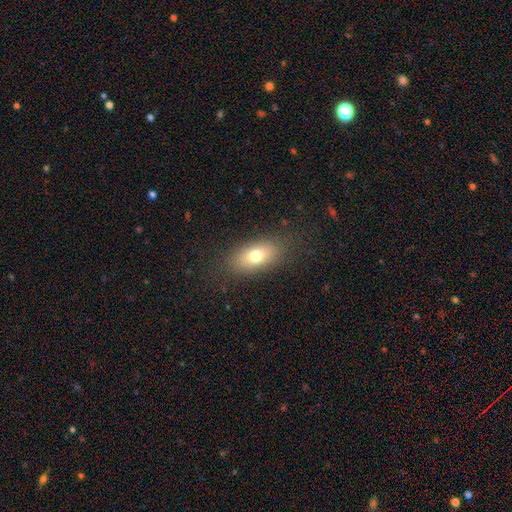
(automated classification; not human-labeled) smooth_or_featured: smooth (p=0.74) [alt: featured or disk p=0.17]
how_rounded: in between (p=0.86) [alt: round p=0.07]
merging: none (p=0.83) [alt: minor disturbance p=0.11]